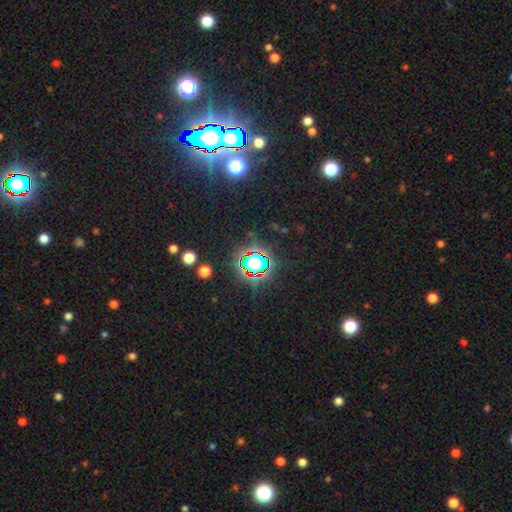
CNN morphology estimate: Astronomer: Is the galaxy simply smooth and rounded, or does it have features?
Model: star or artifact — 83%.